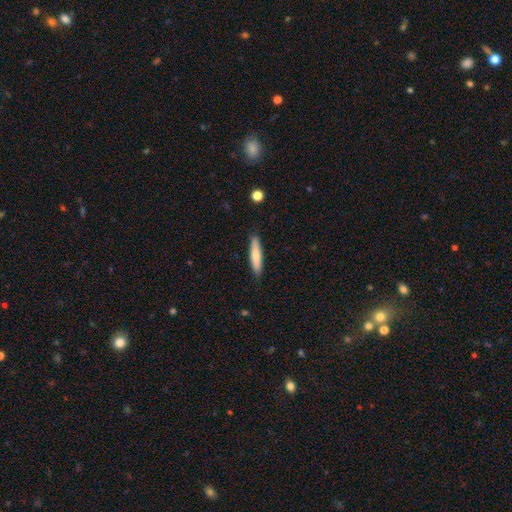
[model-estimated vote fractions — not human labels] Smooth or featured? smooth (74%)
How rounded? cigar-shaped (86%)
Merging? none (88%)